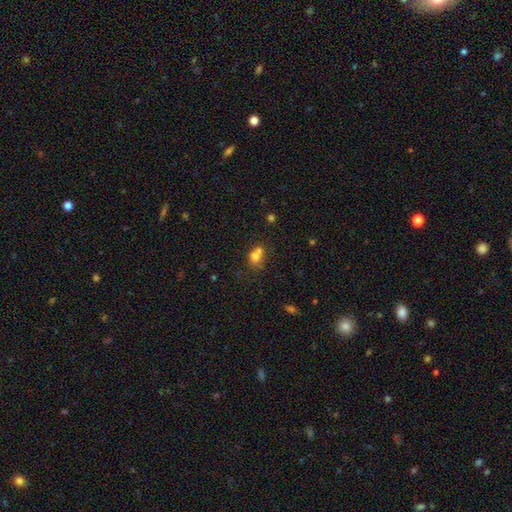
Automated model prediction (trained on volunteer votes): A smooth galaxy with no disk features (70%) that is round (61%). Merging: merger (55%).